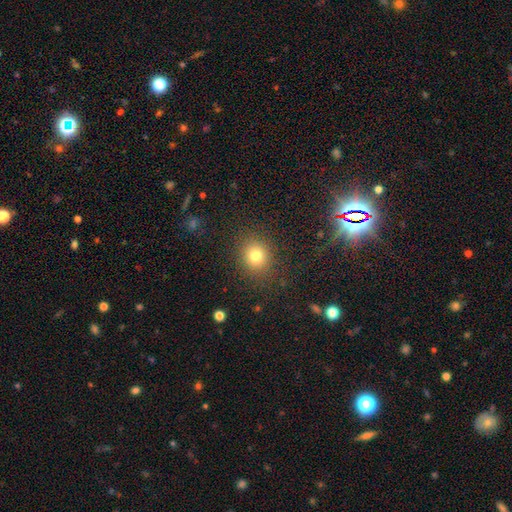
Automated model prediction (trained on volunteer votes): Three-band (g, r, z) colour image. It shows a smooth galaxy with no disk features (78%) that is round (81%). Merging: none (87%).